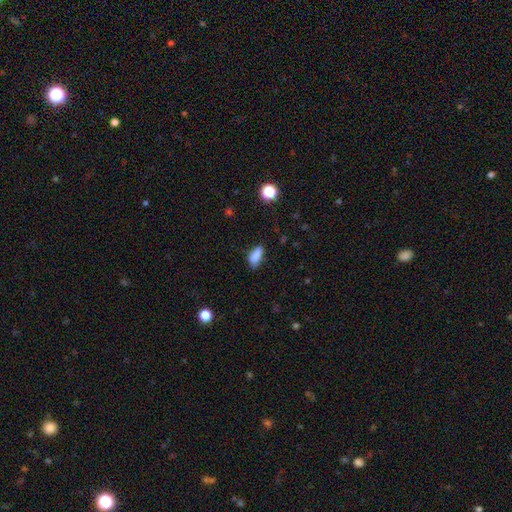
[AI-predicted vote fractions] smooth 85%, star or artifact 9%, featured or disk 7%. Down the decision tree: how rounded — in between (79%); merging — none (71%).